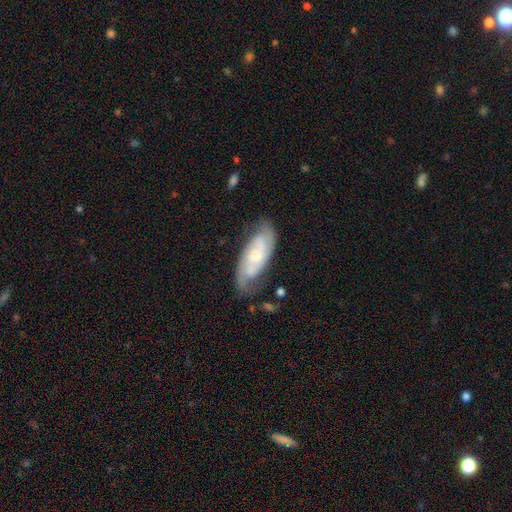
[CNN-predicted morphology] Smooth or featured: featured or disk — 79% (smooth — 15%)
Edge-on disk: no — 92% (yes — 8%)
Bar: no — 56% (weak — 35%)
Spiral arms: yes — 95% (no — 5%)
Spiral winding: tight — 45% (medium — 42%)
Spiral arm count: 2 — 77% (can't tell — 13%)
Bulge size: small — 50% (moderate — 39%)
Merging: none — 72% (minor disturbance — 19%)